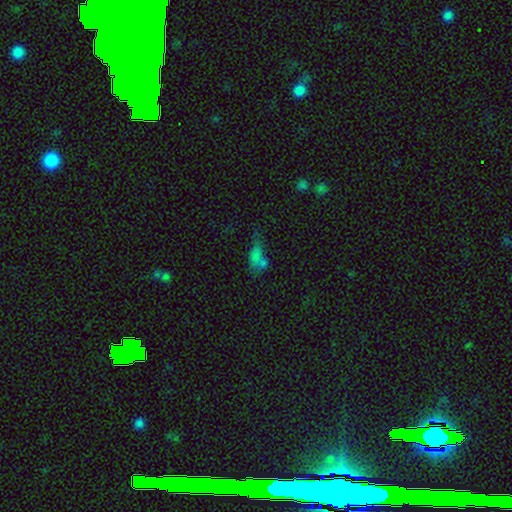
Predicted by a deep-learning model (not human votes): smooth_or_featured: smooth (p=0.62) [alt: star or artifact p=0.22]
how_rounded: in between (p=0.70) [alt: cigar-shaped p=0.17]
merging: merger (p=0.40) [alt: none p=0.31]